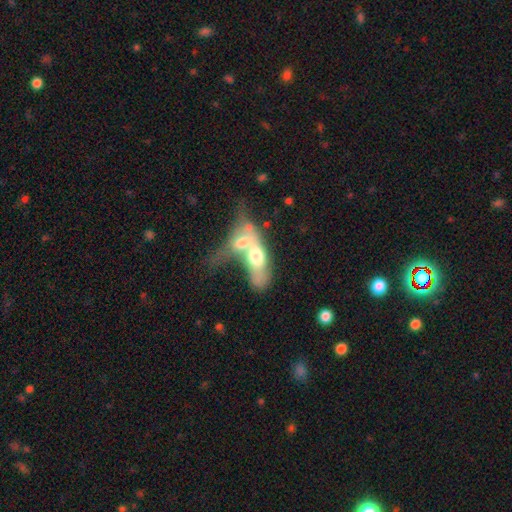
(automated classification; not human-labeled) Overall: smooth (51%; featured or disk 42%). How rounded: in between (72%). Merging: merger (79%).